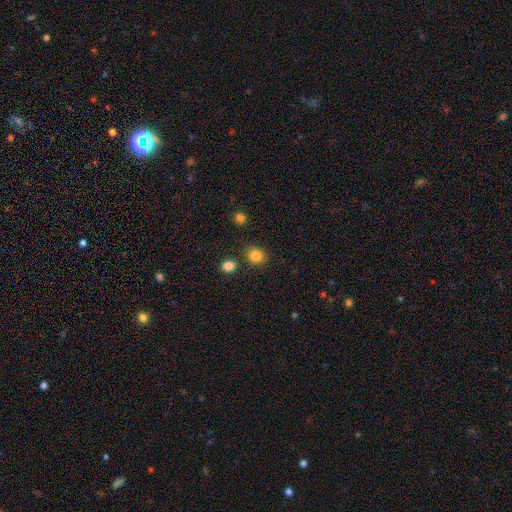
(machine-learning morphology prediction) smooth-or-featured: smooth: 83% | star or artifact: 12% | featured or disk: 5%
  how-rounded: round: 77% | in between: 22% | cigar-shaped: 1%
  merging: none: 81% | minor disturbance: 10% | merger: 6% | major disturbance: 3%